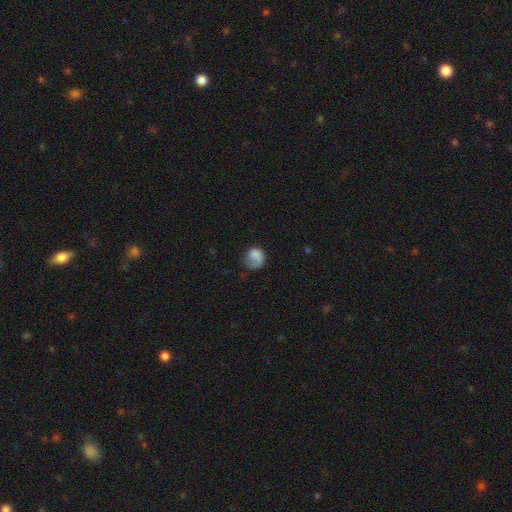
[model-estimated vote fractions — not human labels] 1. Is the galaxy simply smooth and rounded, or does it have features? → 68% smooth, 24% featured or disk, 8% star or artifact.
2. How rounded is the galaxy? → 72% round, 27% in between, 1% cigar-shaped.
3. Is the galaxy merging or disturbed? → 46% none, 28% major disturbance, 24% minor disturbance, 3% merger.